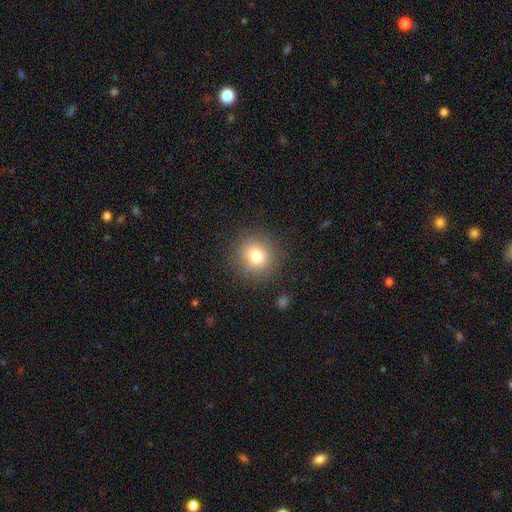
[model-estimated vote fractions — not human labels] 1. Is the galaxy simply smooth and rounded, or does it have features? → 78% smooth, 13% star or artifact, 10% featured or disk.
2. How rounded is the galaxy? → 92% round, 7% in between, 1% cigar-shaped.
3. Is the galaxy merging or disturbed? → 87% none, 8% minor disturbance, 3% major disturbance, 1% merger.